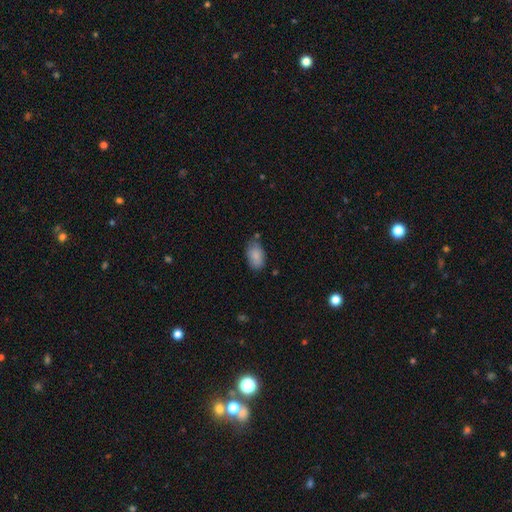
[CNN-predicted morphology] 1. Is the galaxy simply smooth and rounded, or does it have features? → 86% smooth, 7% star or artifact, 7% featured or disk.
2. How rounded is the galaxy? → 92% in between, 6% round, 2% cigar-shaped.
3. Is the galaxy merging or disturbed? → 70% none, 22% minor disturbance, 4% merger, 4% major disturbance.